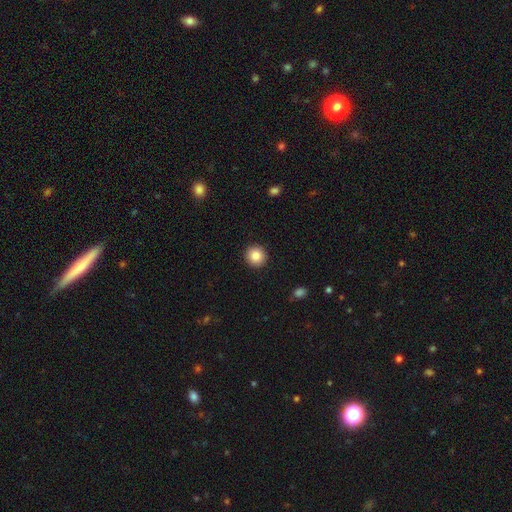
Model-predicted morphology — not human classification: Overall: smooth (86%). How rounded: round (94%). Merging: none (92%).